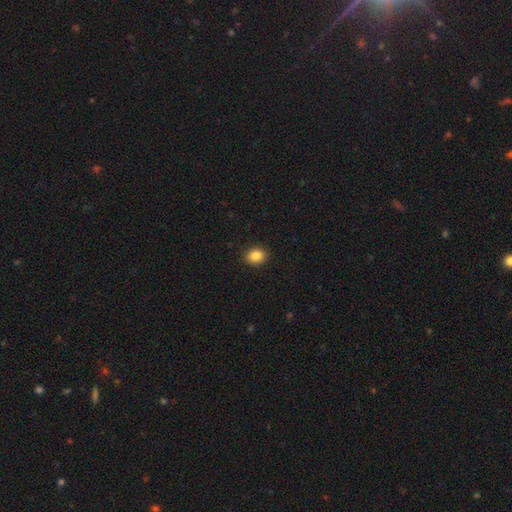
Smooth or featured: smooth — 92% (star or artifact — 5%)
How rounded: round — 53% (in between — 47%)
Merging: none — 97% (merger — 3%)